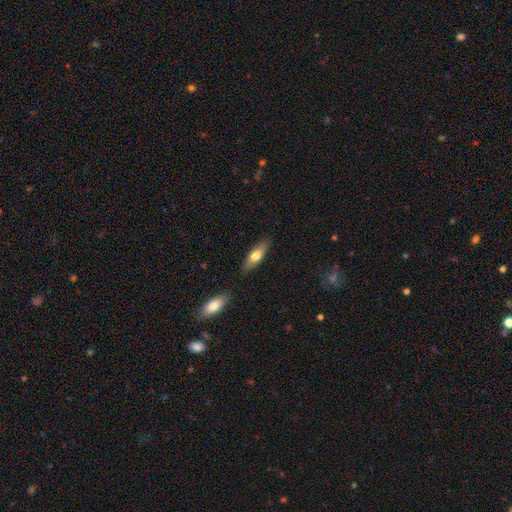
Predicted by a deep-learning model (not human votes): Smooth or featured: smooth — 68% (featured or disk — 26%)
How rounded: in between — 52% (cigar-shaped — 45%)
Merging: none — 84% (minor disturbance — 11%)